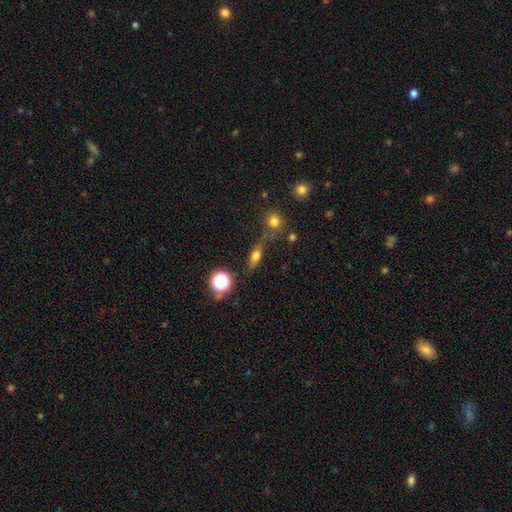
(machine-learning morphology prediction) Smooth or featured? smooth (68%)
How rounded? in between (58%)
Merging? none (61%)